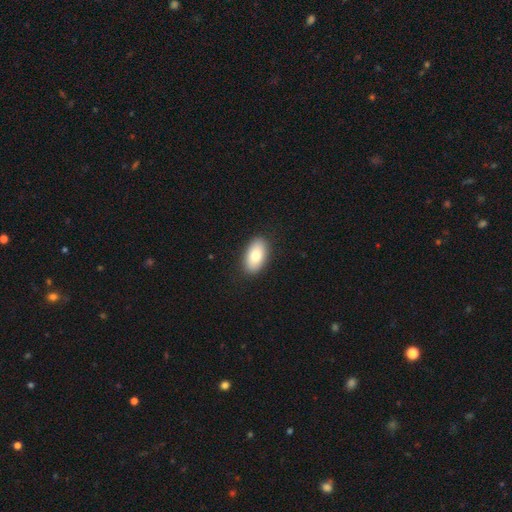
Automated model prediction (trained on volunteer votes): Smooth or featured? Predicted: smooth (p=0.79). How rounded? Predicted: in between (p=0.93). Merging? Predicted: none (p=0.89).